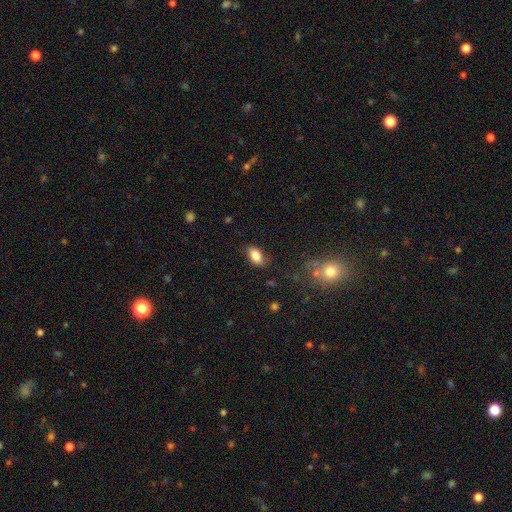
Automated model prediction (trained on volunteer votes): smooth-or-featured: smooth: 84% | star or artifact: 8% | featured or disk: 8%
  how-rounded: in between: 90% | round: 7% | cigar-shaped: 3%
  merging: none: 80% | minor disturbance: 14% | major disturbance: 4% | merger: 2%